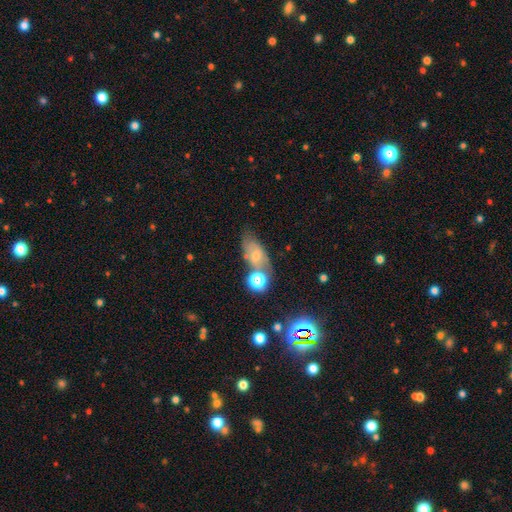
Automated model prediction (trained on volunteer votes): Q: Smooth or featured?
A: smooth (55%); runner-up: featured or disk (28%)
Q: How rounded?
A: in between (80%); runner-up: round (15%)
Q: Merging?
A: none (48%); runner-up: minor disturbance (22%)